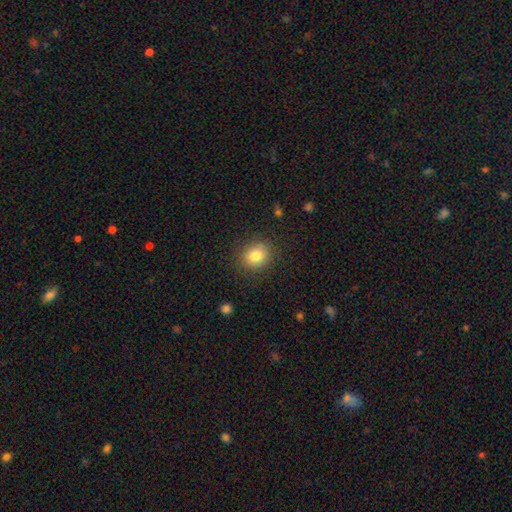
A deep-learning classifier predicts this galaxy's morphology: Smooth or featured?
  - smooth: 81% *
  - star or artifact: 11%
  - featured or disk: 8%
How rounded?
  - round: 74% *
  - in between: 26%
  - cigar-shaped: 1%
Merging?
  - none: 86% *
  - minor disturbance: 9%
  - major disturbance: 3%
  - merger: 1%